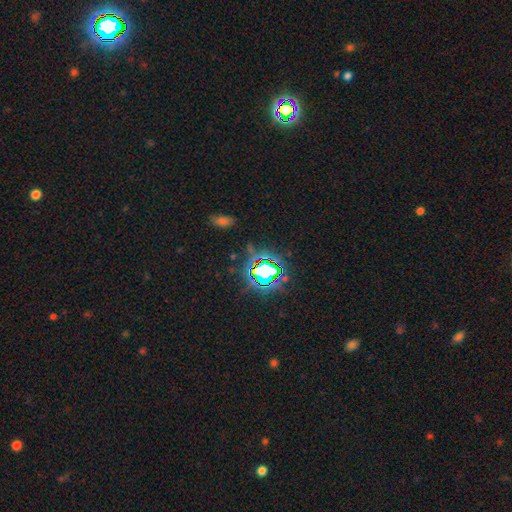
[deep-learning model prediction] smooth-or-featured: star or artifact: 81% | smooth: 11% | featured or disk: 8%